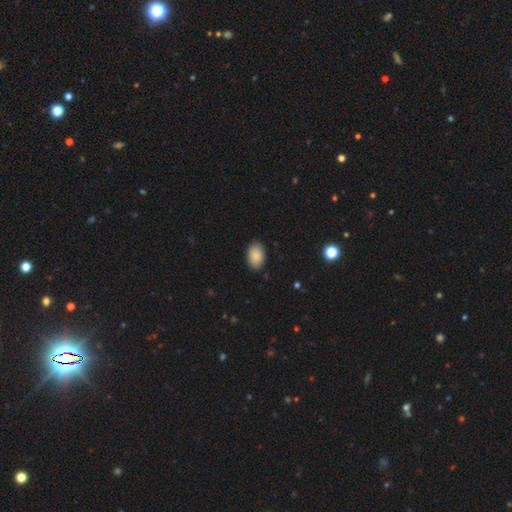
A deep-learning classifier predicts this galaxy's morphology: Overall: smooth (89%). How rounded: in between (92%). Merging: none (88%).